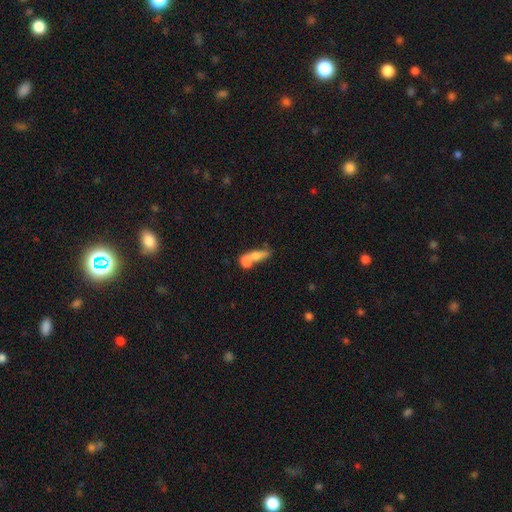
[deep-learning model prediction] Overall: smooth (66%). How rounded: in between (53%; cigar-shaped 25%). Merging: merger (66%).